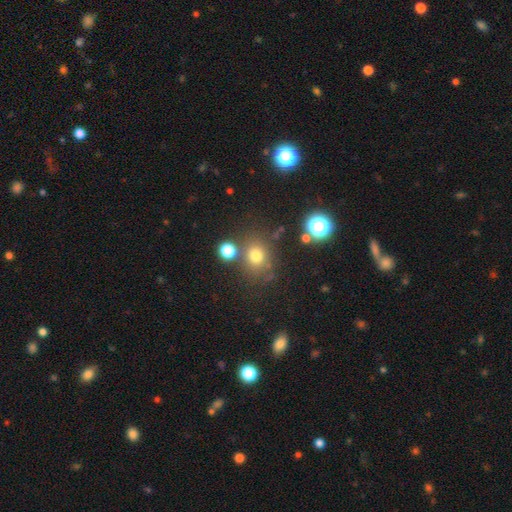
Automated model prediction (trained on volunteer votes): Morphology: type=smooth (73%); roundness=round (73%); merging=none (72%).